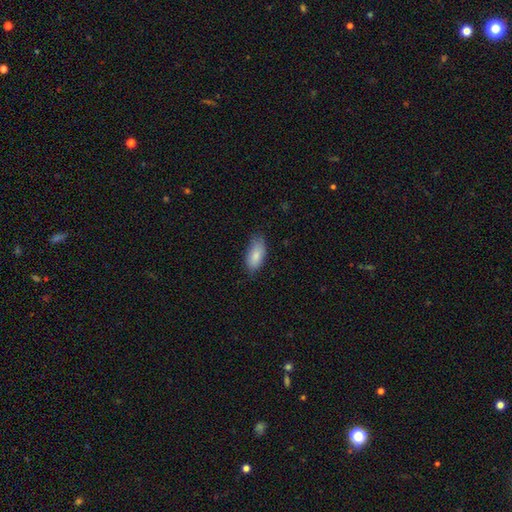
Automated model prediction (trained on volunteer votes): Morphology: type=smooth (85%); roundness=in between (90%); merging=none (71%).